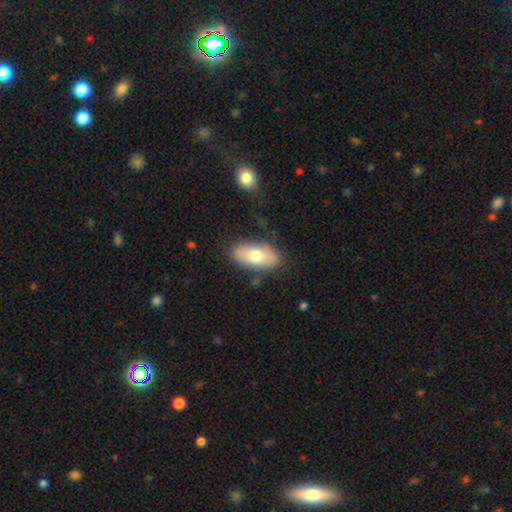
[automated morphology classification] Smooth or featured? Predicted: smooth (p=0.71). How rounded? Predicted: in between (p=0.91). Merging? Predicted: none (p=0.81).